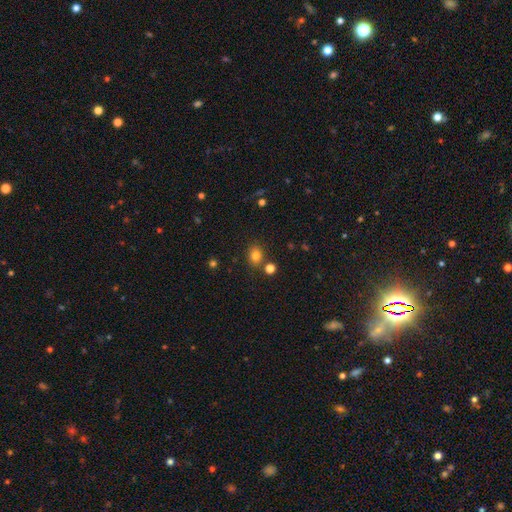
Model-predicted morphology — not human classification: The model was most divided on "how rounded": round: 54%, in between: 45%, cigar-shaped: 1%. More confident: smooth or featured — smooth (80%); merging — none (78%).